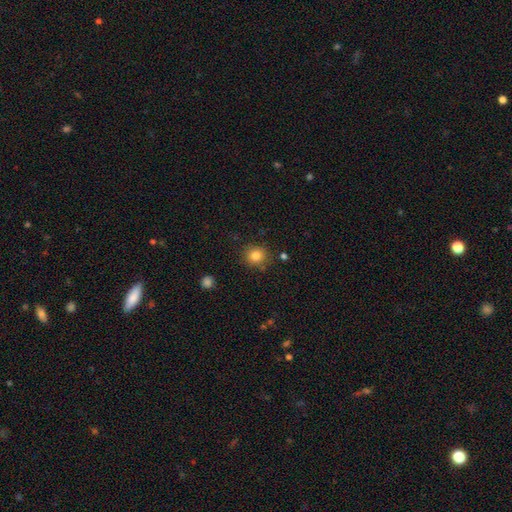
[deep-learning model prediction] Q: Smooth or featured?
A: smooth (82%); runner-up: star or artifact (12%)
Q: How rounded?
A: round (86%); runner-up: in between (13%)
Q: Merging?
A: none (84%); runner-up: minor disturbance (10%)